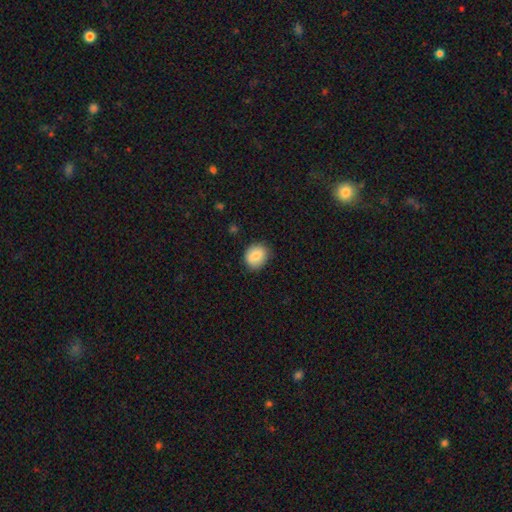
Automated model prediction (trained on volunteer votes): Smooth or featured? Predicted: smooth (p=0.84). How rounded? Predicted: round (p=0.61). Merging? Predicted: none (p=0.83).